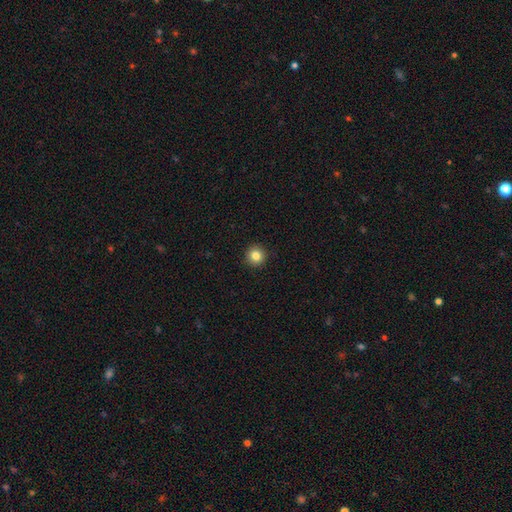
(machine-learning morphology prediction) Smooth or featured: smooth — 83% (star or artifact — 11%)
How rounded: round — 95% (in between — 4%)
Merging: none — 93% (minor disturbance — 5%)